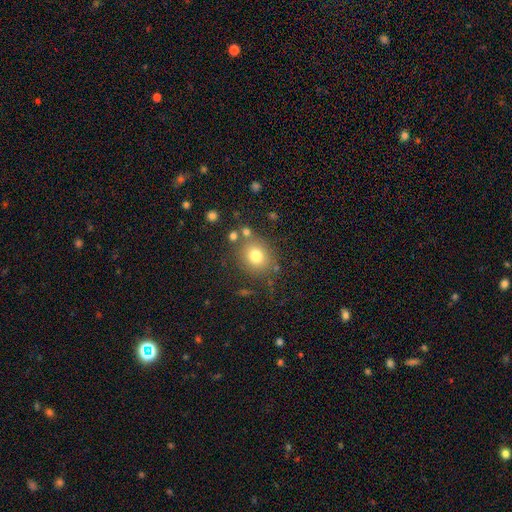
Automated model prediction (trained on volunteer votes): Q: Smooth or featured?
A: smooth (76%); runner-up: star or artifact (13%)
Q: How rounded?
A: round (72%); runner-up: in between (27%)
Q: Merging?
A: none (77%); runner-up: minor disturbance (11%)